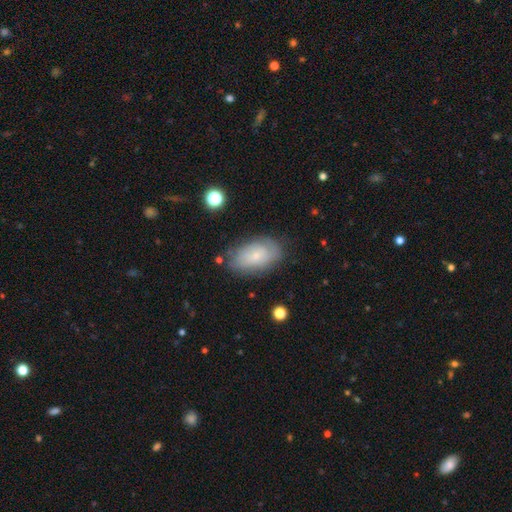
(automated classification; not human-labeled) This is likely a smooth galaxy (61%). How rounded: clearly in between (92%). Merging: likely none (74%).